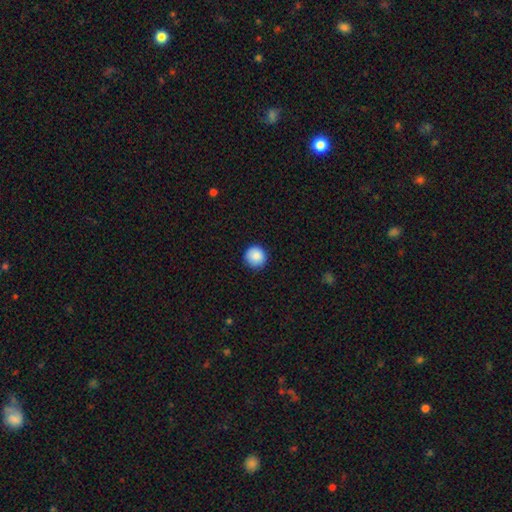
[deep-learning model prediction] Q: Smooth or featured?
A: smooth (88%); runner-up: star or artifact (8%)
Q: How rounded?
A: round (95%); runner-up: in between (4%)
Q: Merging?
A: none (89%); runner-up: minor disturbance (8%)